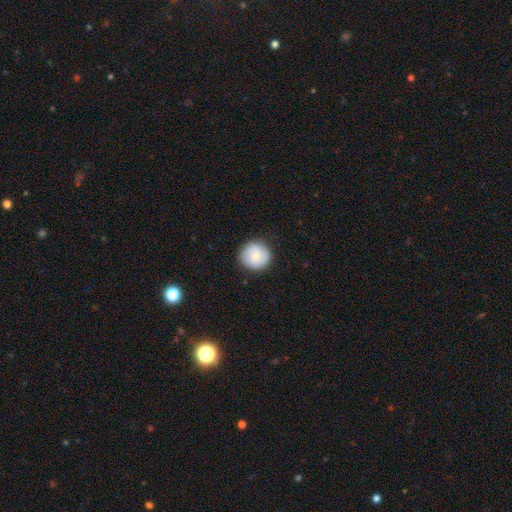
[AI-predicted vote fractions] smooth-or-featured: smooth: 74% | featured or disk: 19% | star or artifact: 6%
  how-rounded: round: 93% | in between: 6% | cigar-shaped: 1%
  merging: none: 87% | minor disturbance: 10% | major disturbance: 2% | merger: 1%